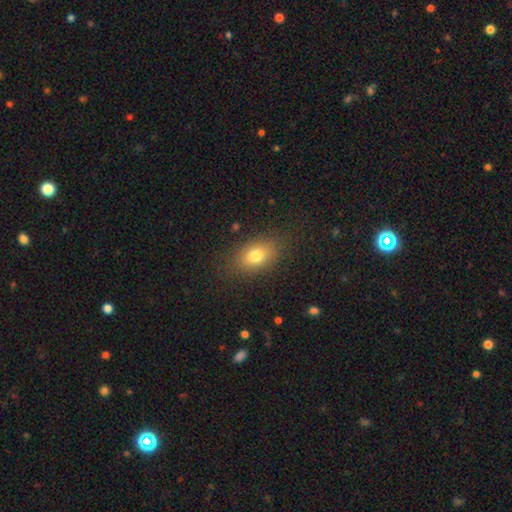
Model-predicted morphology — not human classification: Smooth or featured: smooth — 78% (featured or disk — 12%)
How rounded: in between — 82% (round — 16%)
Merging: none — 84% (minor disturbance — 11%)